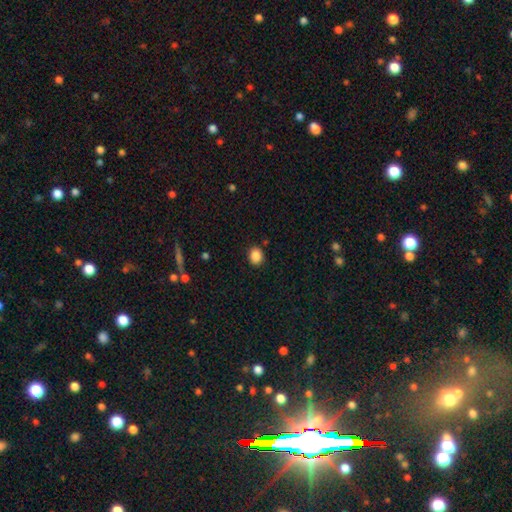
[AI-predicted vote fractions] The model was most divided on "how rounded": round: 56%, in between: 43%, cigar-shaped: 1%. More confident: merging — none (88%); smooth or featured — smooth (88%).